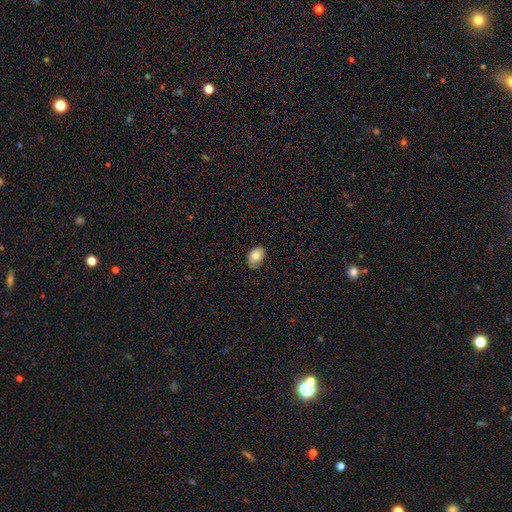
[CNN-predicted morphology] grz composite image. It shows a smooth galaxy with no disk features (83%) that is in between round and cigar-shaped (78%). Merging: none (66%).